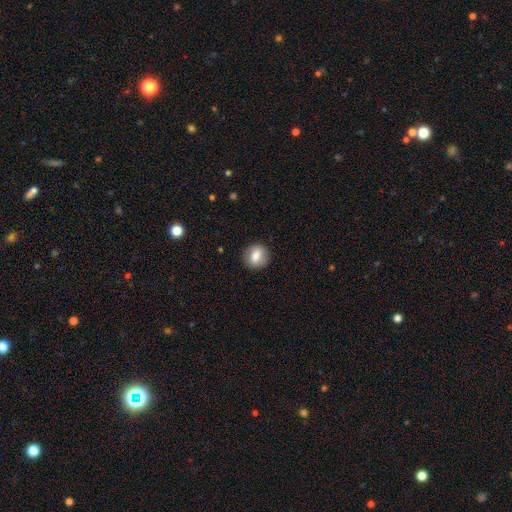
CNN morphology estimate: This is likely a smooth galaxy (78%). How rounded: likely round (76%). Merging: clearly none (88%).